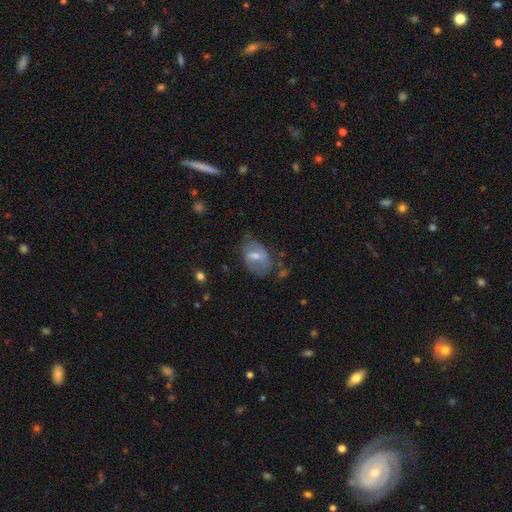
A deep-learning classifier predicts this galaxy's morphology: A featured or disk galaxy (47%).

Vote fractions:
- Smooth or featured? featured or disk: 47% / smooth: 46% / star or artifact: 7%
- Merging? none: 54% / minor disturbance: 29% / major disturbance: 14% / merger: 3%